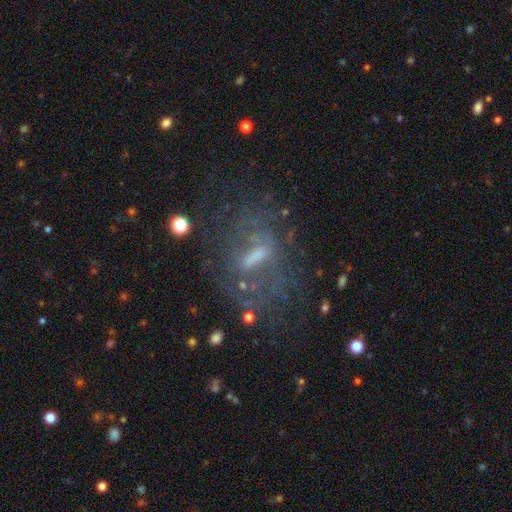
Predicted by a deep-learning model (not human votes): Morphology: type=featured or disk (67%); edge-on=no (90%); bar=strong (42%); spiral arms=yes (56%); bulge=moderate (38%); merging=none (57%).